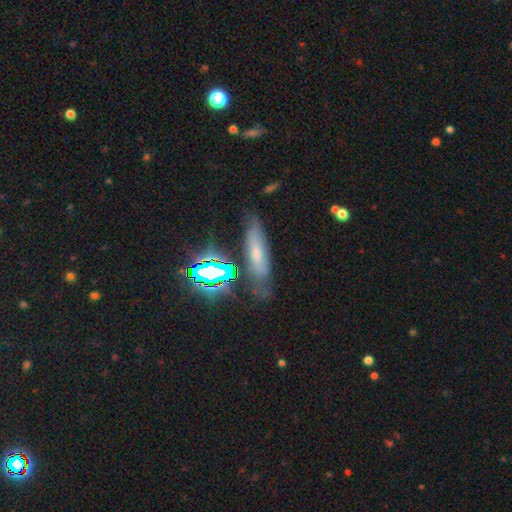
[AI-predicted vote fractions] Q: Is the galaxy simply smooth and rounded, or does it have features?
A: smooth — 50%.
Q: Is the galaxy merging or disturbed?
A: none — 66%.